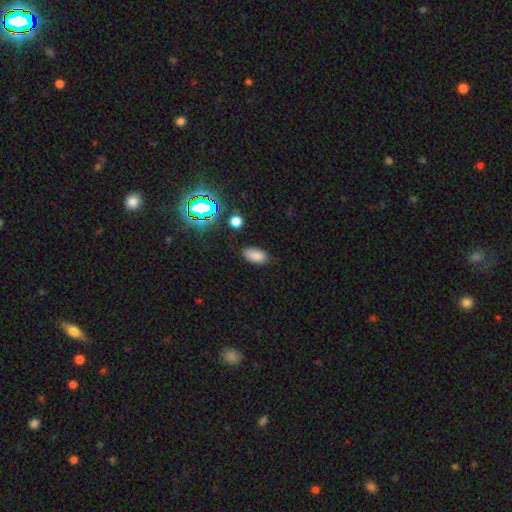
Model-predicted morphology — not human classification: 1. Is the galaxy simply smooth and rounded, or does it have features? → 82% smooth, 13% star or artifact, 5% featured or disk.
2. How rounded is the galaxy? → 93% in between, 4% round, 4% cigar-shaped.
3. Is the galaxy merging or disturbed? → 80% none, 15% minor disturbance, 3% major disturbance, 2% merger.